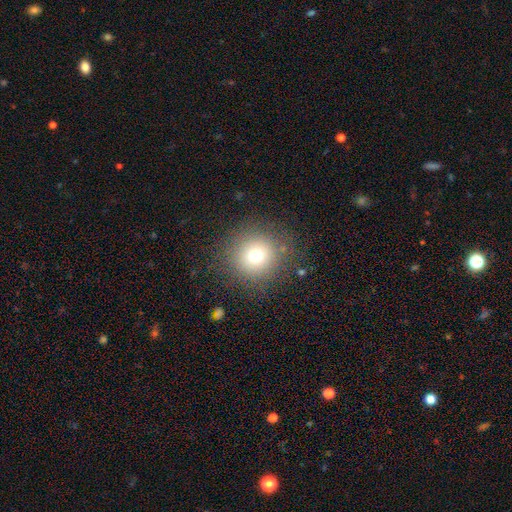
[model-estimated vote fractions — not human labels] smooth_or_featured: smooth (p=0.73) [alt: star or artifact p=0.16]
how_rounded: round (p=0.93) [alt: in between p=0.06]
merging: none (p=0.86) [alt: minor disturbance p=0.08]